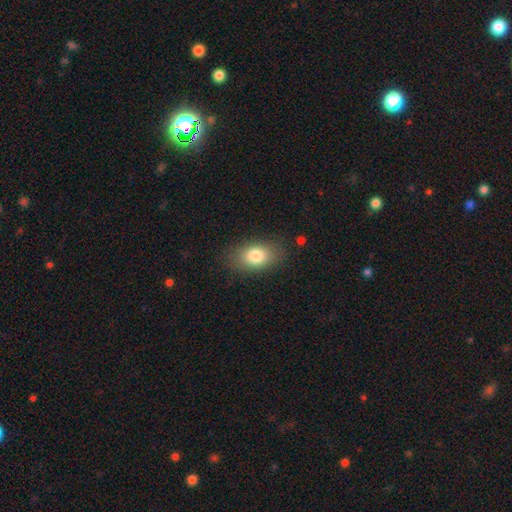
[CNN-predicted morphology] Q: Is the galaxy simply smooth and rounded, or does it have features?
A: smooth — 81%.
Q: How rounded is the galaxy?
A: in between — 84%.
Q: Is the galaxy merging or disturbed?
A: none — 83%.